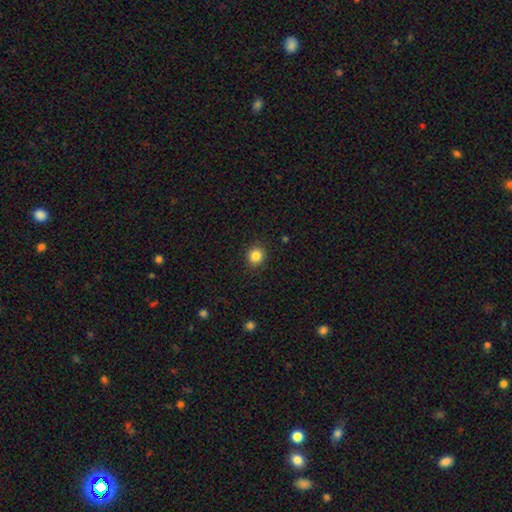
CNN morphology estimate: Smooth or featured?
  - smooth: 84% *
  - star or artifact: 11%
  - featured or disk: 5%
How rounded?
  - round: 88% *
  - in between: 11%
  - cigar-shaped: 1%
Merging?
  - none: 91% *
  - minor disturbance: 6%
  - major disturbance: 2%
  - merger: 1%